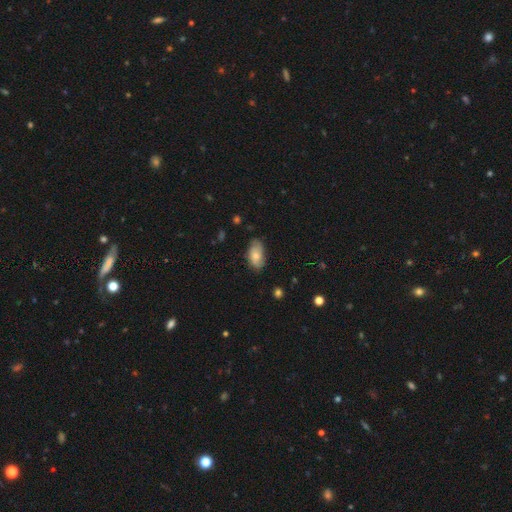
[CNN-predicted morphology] Q: Smooth or featured?
A: smooth (61%); runner-up: featured or disk (31%)
Q: How rounded?
A: in between (92%); runner-up: round (5%)
Q: Merging?
A: none (69%); runner-up: minor disturbance (25%)